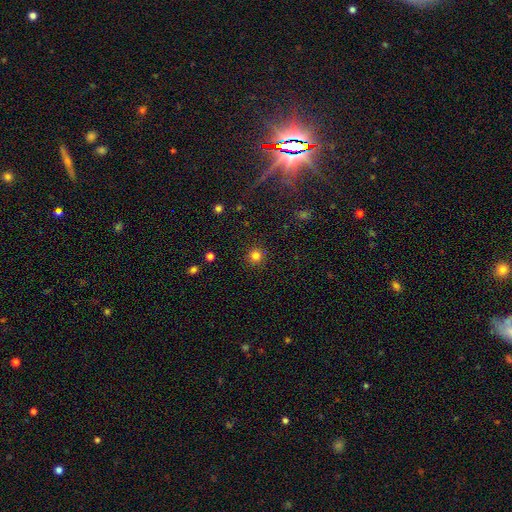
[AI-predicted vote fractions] Q: Smooth or featured?
A: smooth (82%); runner-up: star or artifact (14%)
Q: How rounded?
A: round (95%); runner-up: in between (4%)
Q: Merging?
A: none (91%); runner-up: minor disturbance (6%)